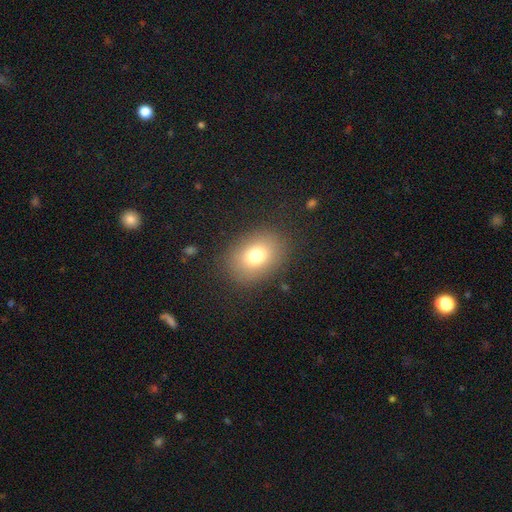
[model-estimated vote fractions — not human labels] Q: Smooth or featured?
A: smooth (76%); runner-up: star or artifact (12%)
Q: How rounded?
A: in between (64%); runner-up: round (35%)
Q: Merging?
A: none (84%); runner-up: minor disturbance (10%)